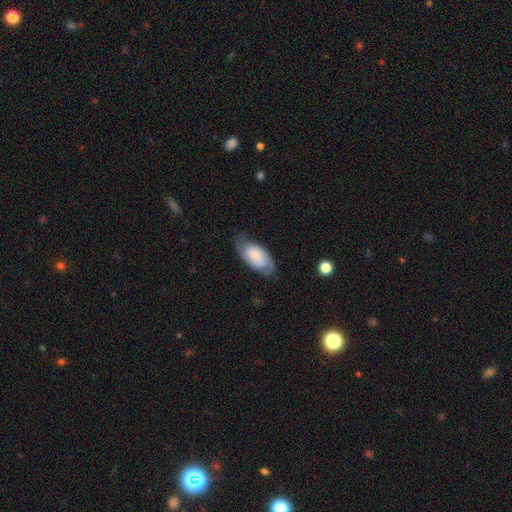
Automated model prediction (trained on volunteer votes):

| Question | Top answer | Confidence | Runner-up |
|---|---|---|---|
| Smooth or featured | smooth | 58% | featured or disk (35%) |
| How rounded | in between | 94% | cigar-shaped (4%) |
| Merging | none | 66% | minor disturbance (25%) |